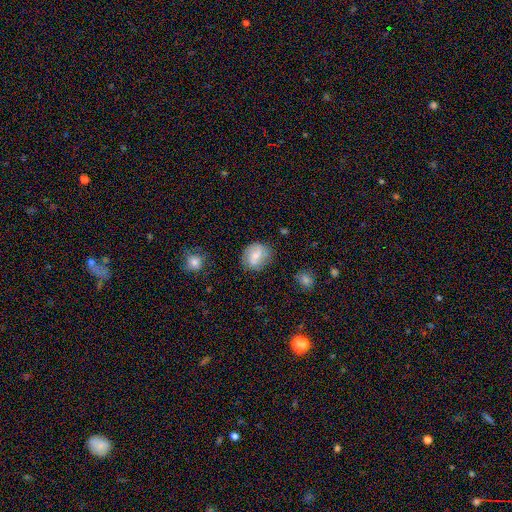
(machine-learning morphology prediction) Q: Smooth or featured?
A: smooth (51%); runner-up: featured or disk (41%)
Q: How rounded?
A: round (65%); runner-up: in between (34%)
Q: Merging?
A: none (76%); runner-up: minor disturbance (17%)